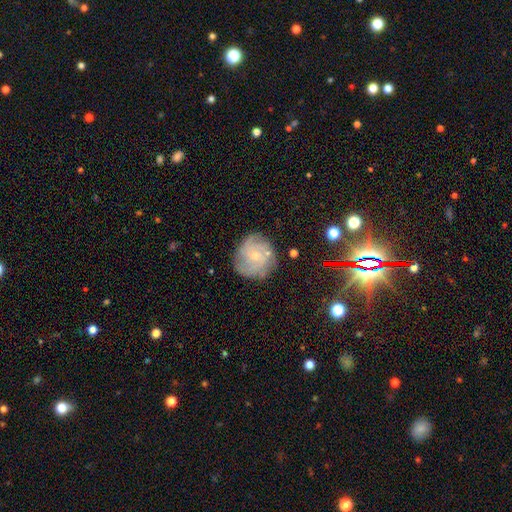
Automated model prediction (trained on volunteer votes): A featured or disk galaxy (68%) with no bar (76%), tight (55%) spiral arms (87%) and a small central bulge (71%). Merging: none (75%).